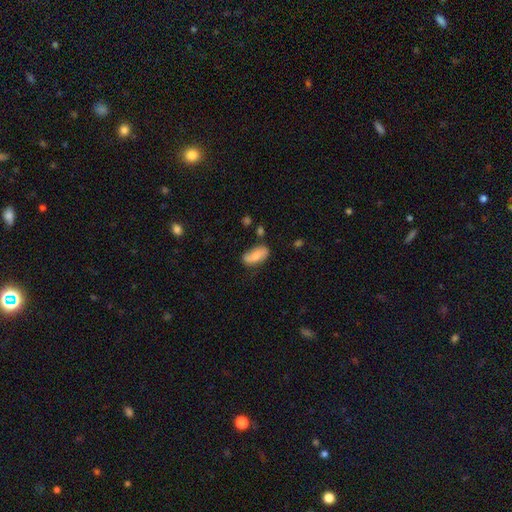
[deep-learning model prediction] Q: Smooth or featured?
A: smooth (71%); runner-up: featured or disk (22%)
Q: How rounded?
A: in between (86%); runner-up: cigar-shaped (11%)
Q: Merging?
A: none (64%); runner-up: minor disturbance (25%)